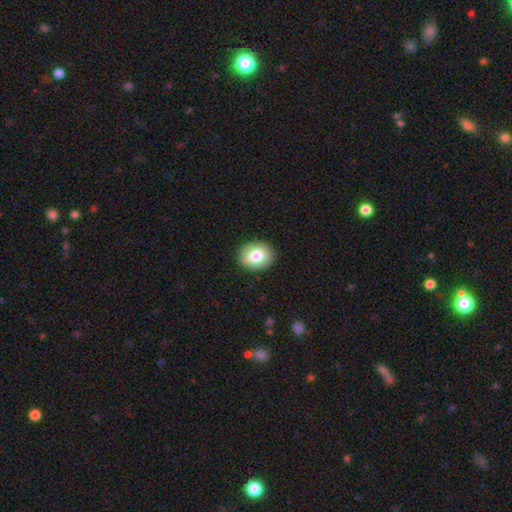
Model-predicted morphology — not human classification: A smooth galaxy with no disk features (77%) that is round (55%).

Vote fractions:
- Smooth or featured? smooth: 77% / featured or disk: 15% / star or artifact: 8%
- How rounded? round: 55% / in between: 44% / cigar-shaped: 1%
- Merging? none: 91% / minor disturbance: 7% / major disturbance: 2% / merger: 1%